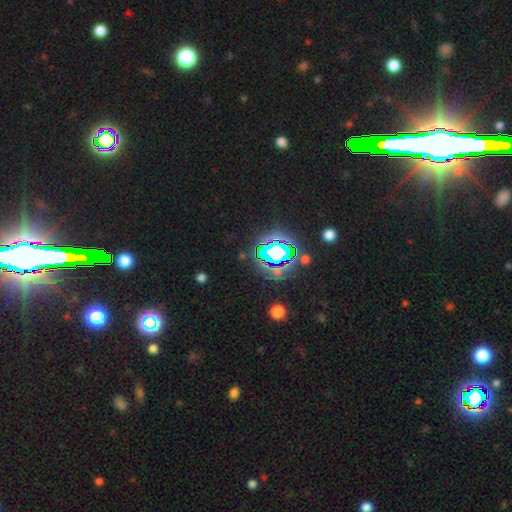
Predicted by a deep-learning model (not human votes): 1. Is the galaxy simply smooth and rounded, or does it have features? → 81% star or artifact, 12% smooth, 8% featured or disk.